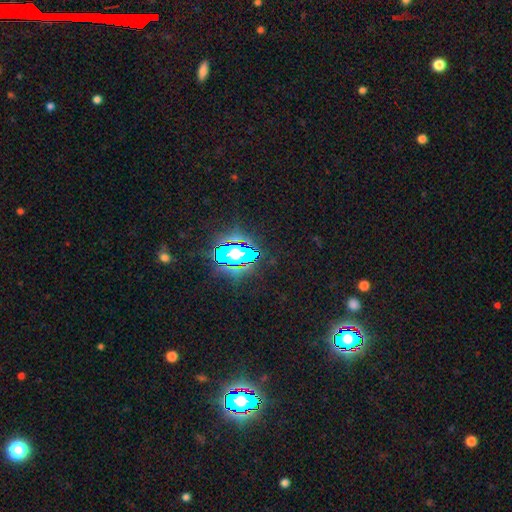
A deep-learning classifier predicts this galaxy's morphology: This appears to be a star or artifact, not a galaxy (81%).